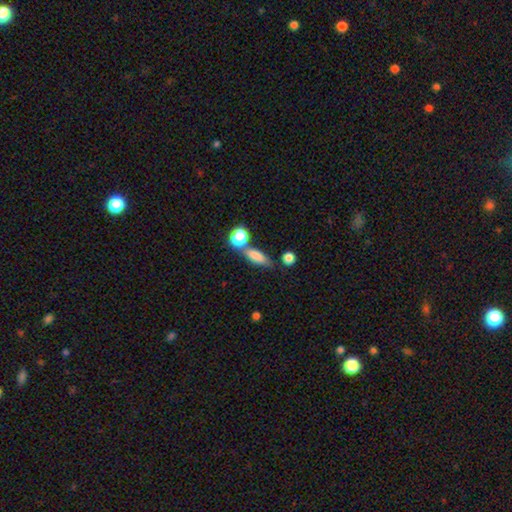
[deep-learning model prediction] smooth 78%, featured or disk 12%, star or artifact 10%. Down the decision tree: how rounded — in between (57%); merging — none (60%).